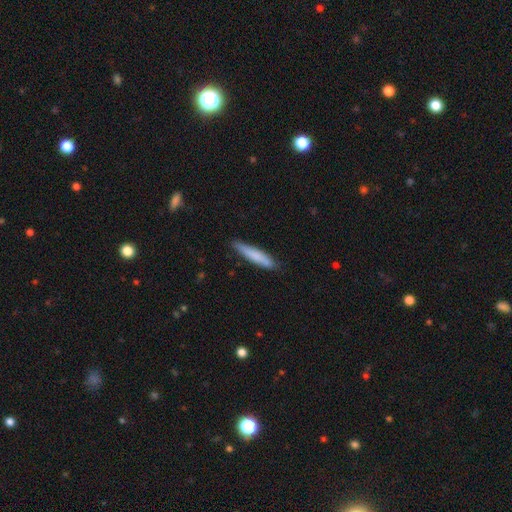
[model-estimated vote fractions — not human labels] A smooth galaxy with no disk features (77%) that is cigar-shaped (90%). Merging: none (83%).